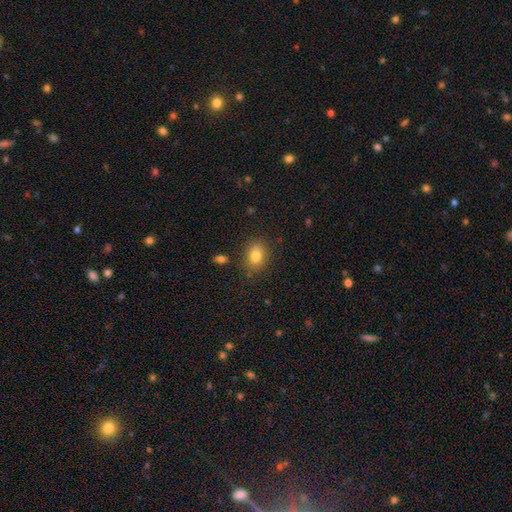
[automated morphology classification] Smooth or featured?
  - smooth: 81% *
  - star or artifact: 10%
  - featured or disk: 9%
How rounded?
  - in between: 61% *
  - round: 38%
  - cigar-shaped: 1%
Merging?
  - none: 82% *
  - minor disturbance: 12%
  - major disturbance: 3%
  - merger: 3%